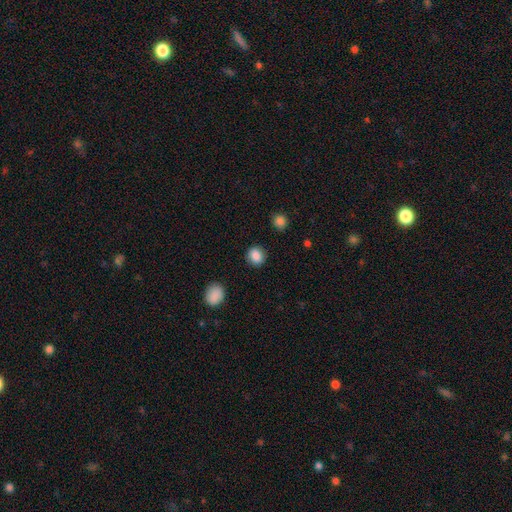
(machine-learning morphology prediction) smooth-or-featured: smooth: 88% | star or artifact: 9% | featured or disk: 4%
  how-rounded: round: 77% | in between: 22% | cigar-shaped: 1%
  merging: none: 89% | minor disturbance: 8% | major disturbance: 3% | merger: 1%